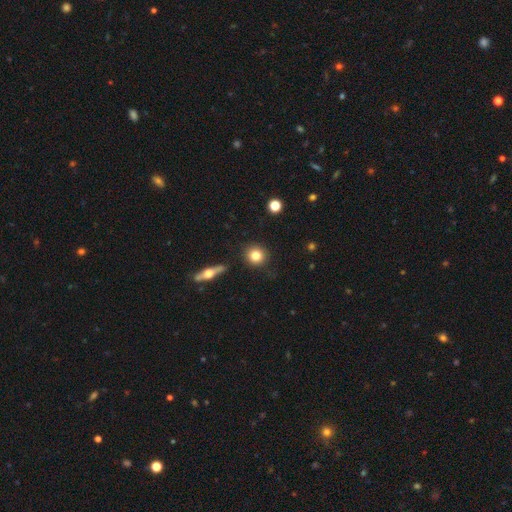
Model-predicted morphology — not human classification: Smooth or featured?
  - smooth: 81% *
  - featured or disk: 10%
  - star or artifact: 9%
How rounded?
  - round: 89% *
  - in between: 9%
  - cigar-shaped: 1%
Merging?
  - none: 89% *
  - minor disturbance: 6%
  - merger: 2%
  - major disturbance: 2%